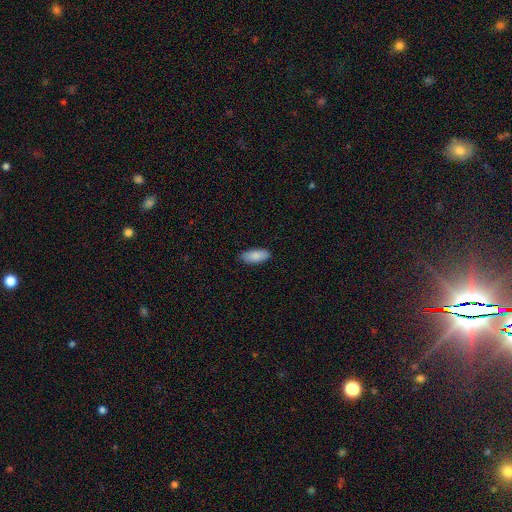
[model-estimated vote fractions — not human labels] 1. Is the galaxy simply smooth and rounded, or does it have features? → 88% smooth, 6% featured or disk, 6% star or artifact.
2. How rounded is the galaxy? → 85% in between, 13% cigar-shaped, 2% round.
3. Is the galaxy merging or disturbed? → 87% none, 10% minor disturbance, 2% major disturbance, 1% merger.